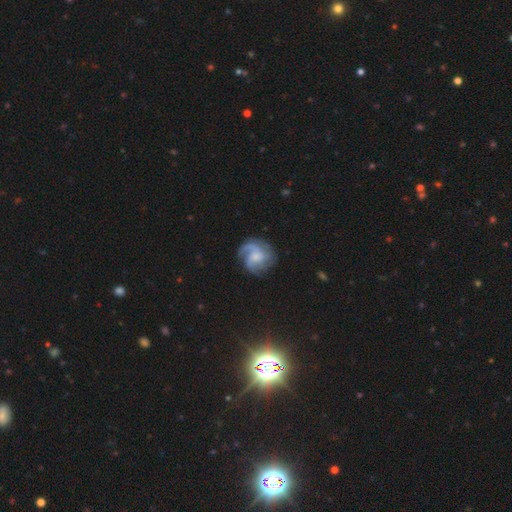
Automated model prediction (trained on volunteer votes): Smooth or featured?
  - featured or disk: 78% *
  - smooth: 15%
  - star or artifact: 6%
Edge-on disk?
  - no: 98% *
  - yes: 2%
Bar?
  - no: 61% *
  - weak: 34%
  - strong: 5%
Spiral arms?
  - yes: 95% *
  - no: 5%
Spiral winding?
  - medium: 46% *
  - tight: 32%
  - loose: 22%
Spiral arm count?
  - 3: 36% *
  - 2: 21%
  - can't tell: 19%
  - 1: 10%
  - 4: 8%
  - more than 4: 6%
Bulge size?
  - small: 43% *
  - moderate: 34%
  - none: 14%
  - large: 7%
  - dominant: 1%
Merging?
  - none: 70% *
  - minor disturbance: 17%
  - major disturbance: 12%
  - merger: 1%